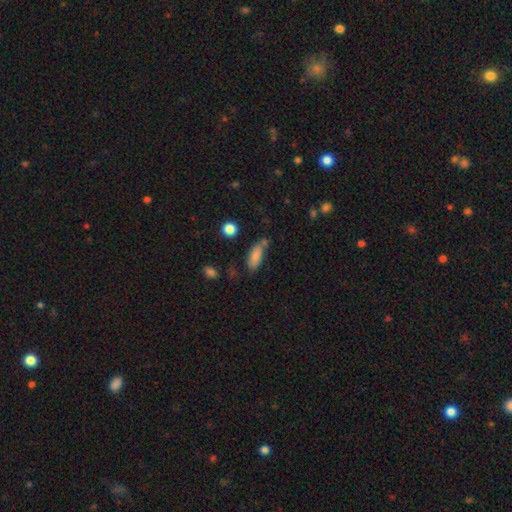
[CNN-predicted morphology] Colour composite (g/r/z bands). It shows a smooth galaxy with no disk features (82%) that is in between round and cigar-shaped (73%). Merging: none (54%).